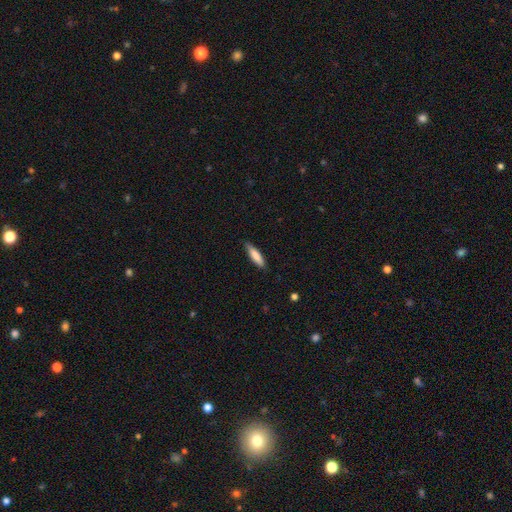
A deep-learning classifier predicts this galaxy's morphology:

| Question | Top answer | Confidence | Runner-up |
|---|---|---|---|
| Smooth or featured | smooth | 79% | featured or disk (16%) |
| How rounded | cigar-shaped | 71% | in between (27%) |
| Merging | none | 82% | minor disturbance (14%) |